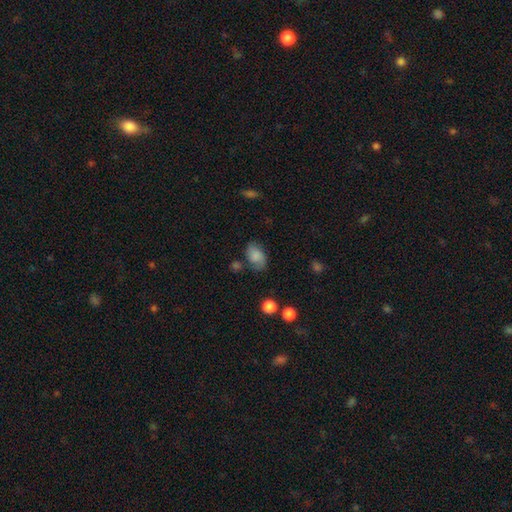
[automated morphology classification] A smooth galaxy with no disk features (74%) that is in between round and cigar-shaped (85%). Merging: none (62%).